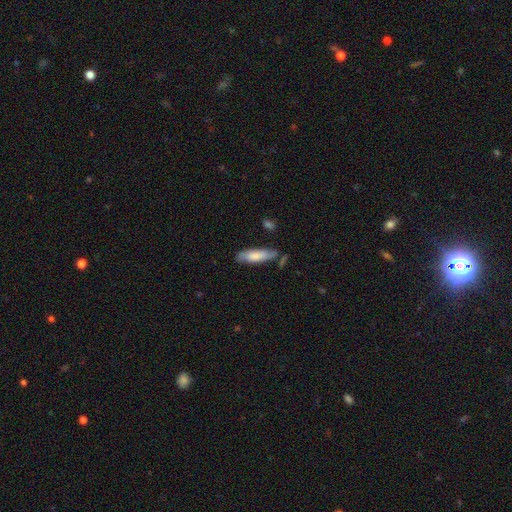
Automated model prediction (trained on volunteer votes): Morphology: type=smooth (71%); roundness=cigar-shaped (51%); merging=none (70%).